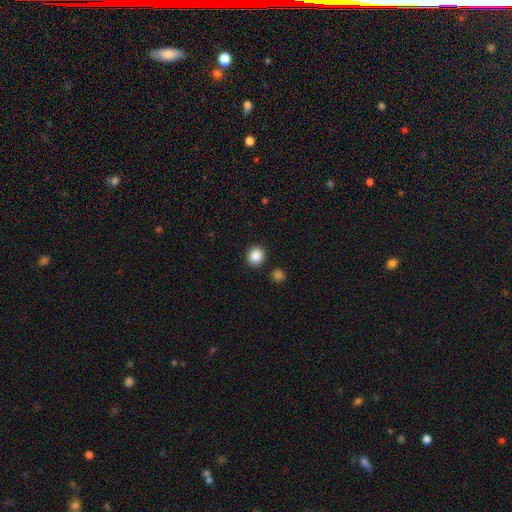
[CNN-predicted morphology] A smooth galaxy with no disk features (87%) that is round (88%).

Vote fractions:
- Smooth or featured? smooth: 87% / star or artifact: 10% / featured or disk: 3%
- How rounded? round: 88% / in between: 11% / cigar-shaped: 1%
- Merging? none: 90% / minor disturbance: 6% / merger: 3% / major disturbance: 2%